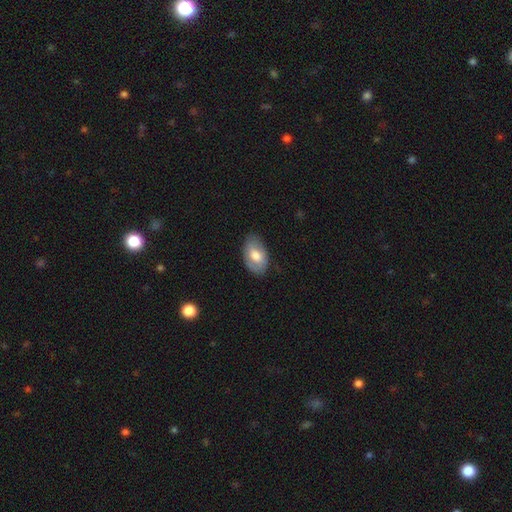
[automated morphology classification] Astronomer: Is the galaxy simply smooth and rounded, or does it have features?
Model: smooth — 63%.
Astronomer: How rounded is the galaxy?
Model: in between — 92%.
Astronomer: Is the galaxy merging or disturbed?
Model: none — 74%.